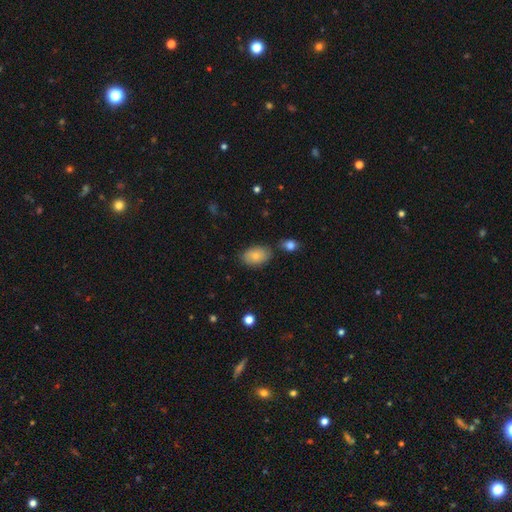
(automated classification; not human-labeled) Overall: smooth (80%). How rounded: in between (88%). Merging: none (73%).